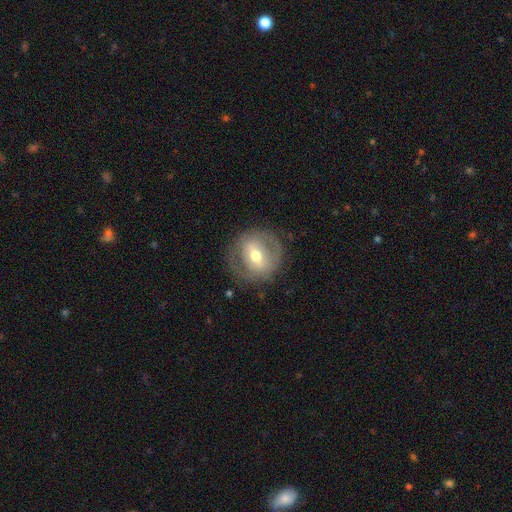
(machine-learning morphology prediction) A featured or disk galaxy (61%) with a weak bar (39%), no spiral arms (56%) and a moderate central bulge (71%). Merging: none (78%).